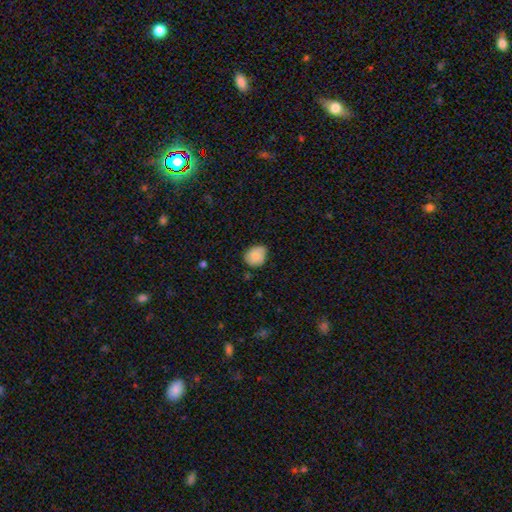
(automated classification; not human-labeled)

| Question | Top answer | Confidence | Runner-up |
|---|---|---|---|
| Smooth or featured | smooth | 82% | featured or disk (10%) |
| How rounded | round | 64% | in between (35%) |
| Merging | none | 67% | minor disturbance (26%) |